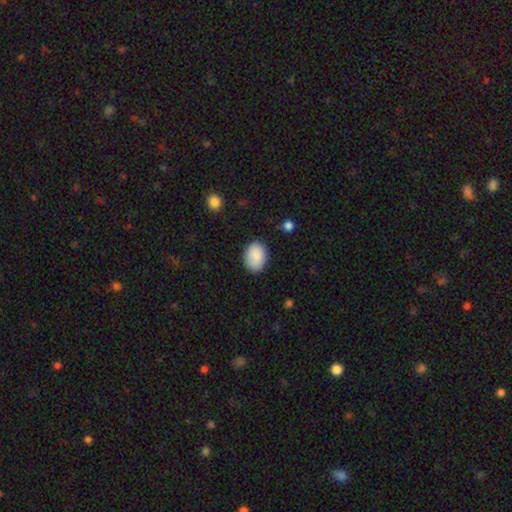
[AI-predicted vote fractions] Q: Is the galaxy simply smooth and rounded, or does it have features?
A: smooth — 89%.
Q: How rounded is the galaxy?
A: in between — 74%.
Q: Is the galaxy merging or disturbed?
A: none — 84%.